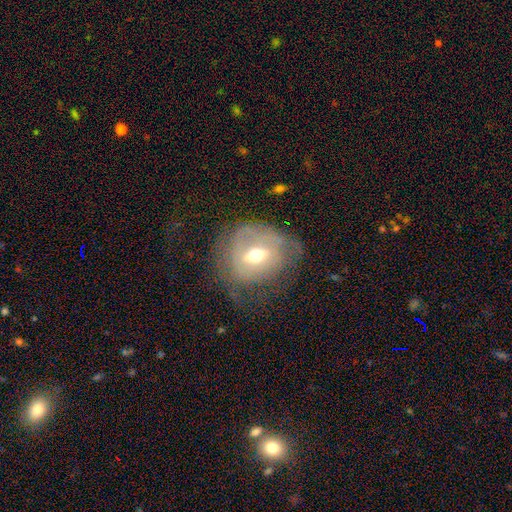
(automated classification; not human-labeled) A featured or disk galaxy (53%).

Vote fractions:
- Smooth or featured? featured or disk: 53% / smooth: 37% / star or artifact: 10%
- Edge-on disk? no: 92% / yes: 8%
- Merging? none: 48% / minor disturbance: 26% / major disturbance: 24% / merger: 2%